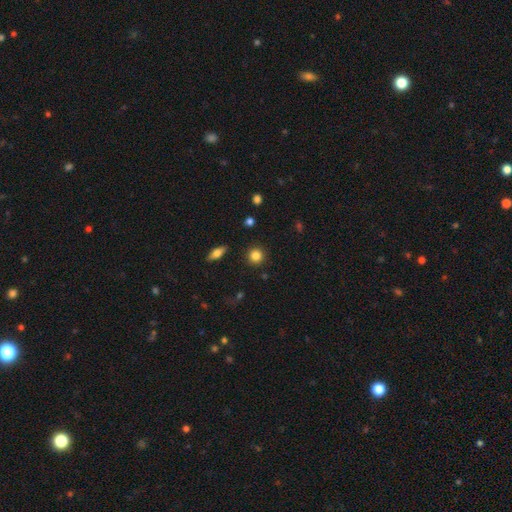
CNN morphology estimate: Smooth or featured? Predicted: smooth (p=0.83). How rounded? Predicted: round (p=0.92). Merging? Predicted: none (p=0.90).